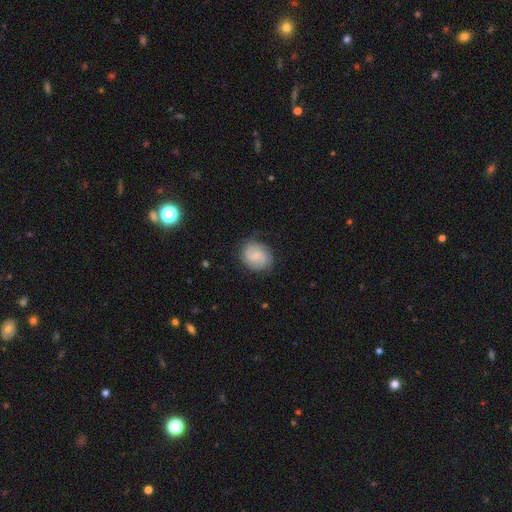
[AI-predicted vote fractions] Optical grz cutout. It shows a featured or disk galaxy (49%). Merging: none (78%).